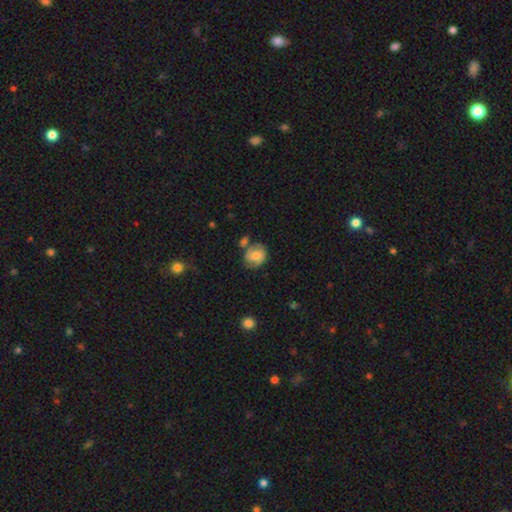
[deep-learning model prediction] Smooth or featured? smooth (55%)
How rounded? round (65%)
Merging? none (51%)